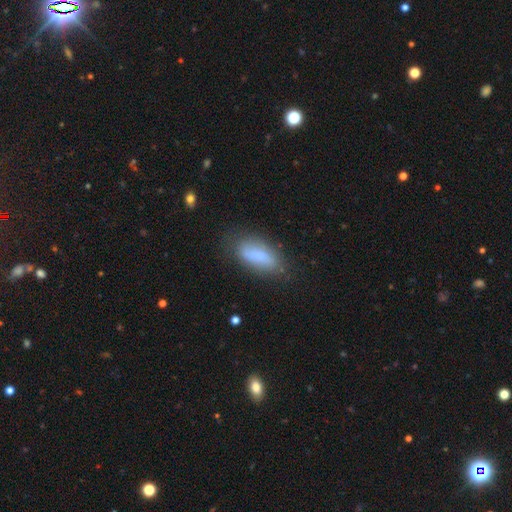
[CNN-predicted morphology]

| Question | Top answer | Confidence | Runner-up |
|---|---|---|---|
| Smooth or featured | smooth | 78% | featured or disk (15%) |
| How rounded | in between | 79% | cigar-shaped (18%) |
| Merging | none | 72% | minor disturbance (20%) |